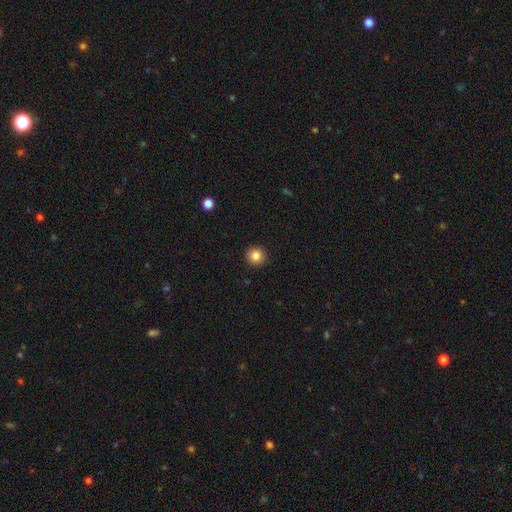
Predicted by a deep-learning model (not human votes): Overall: smooth (84%). How rounded: round (95%). Merging: none (93%).